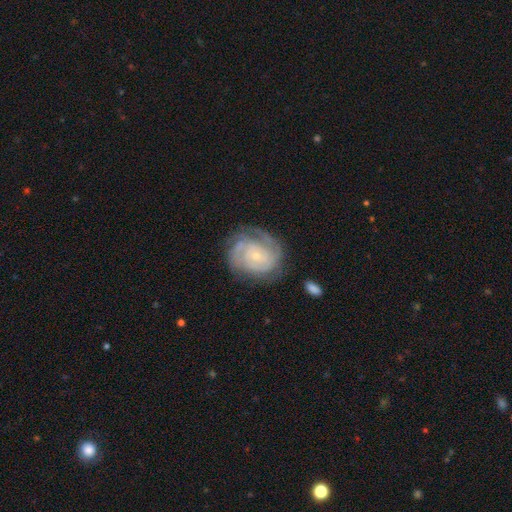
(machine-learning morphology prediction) A featured or disk galaxy (82%) with no bar (72%), tight (69%) spiral arms (94%) and a small central bulge (80%). Merging: none (69%).